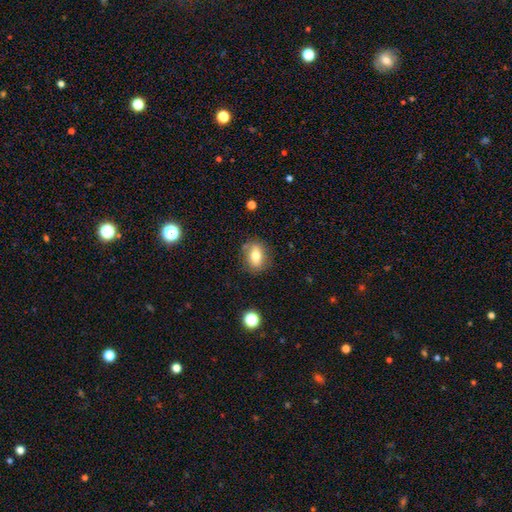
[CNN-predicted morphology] The model was most divided on "how rounded": in between: 71%, round: 26%, cigar-shaped: 3%. More confident: merging — none (80%); smooth or featured — smooth (72%).